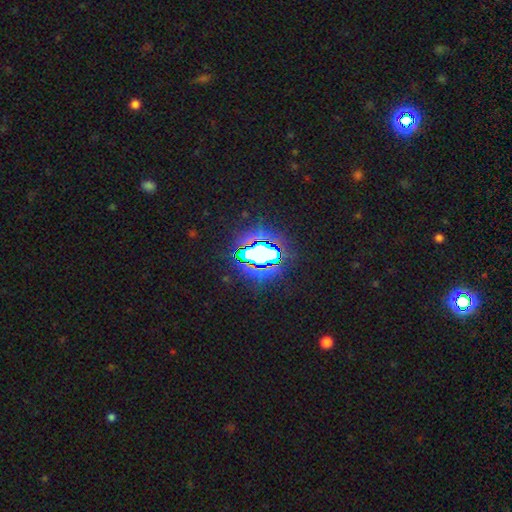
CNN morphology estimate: star or artifact 67%, smooth 20%, featured or disk 13%.